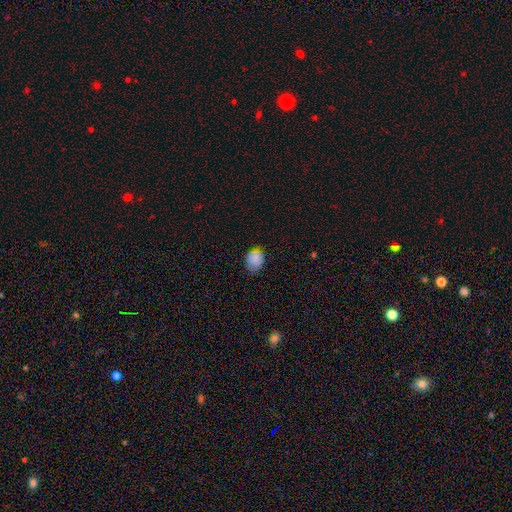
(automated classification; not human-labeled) smooth-or-featured: smooth: 83% | star or artifact: 11% | featured or disk: 6%
  how-rounded: in between: 56% | round: 43% | cigar-shaped: 1%
  merging: none: 73% | minor disturbance: 22% | major disturbance: 4% | merger: 1%